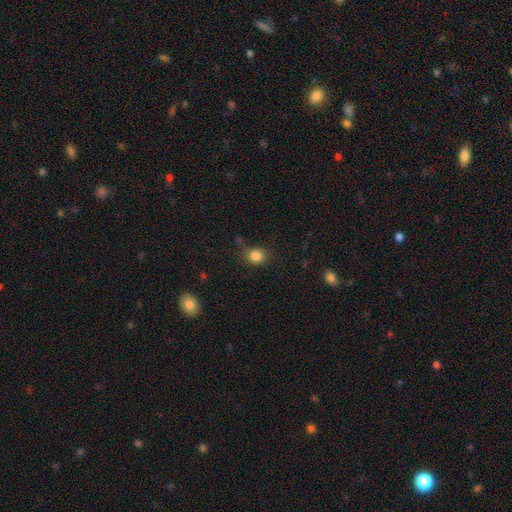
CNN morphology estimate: The model was most divided on "how rounded": round: 73%, in between: 26%, cigar-shaped: 1%. More confident: smooth or featured — smooth (83%); merging — none (70%).